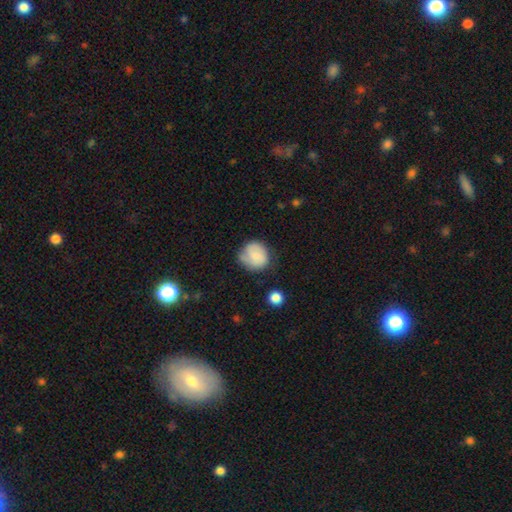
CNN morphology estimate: Q: Smooth or featured?
A: smooth (64%); runner-up: featured or disk (28%)
Q: How rounded?
A: round (83%); runner-up: in between (16%)
Q: Merging?
A: none (60%); runner-up: minor disturbance (29%)